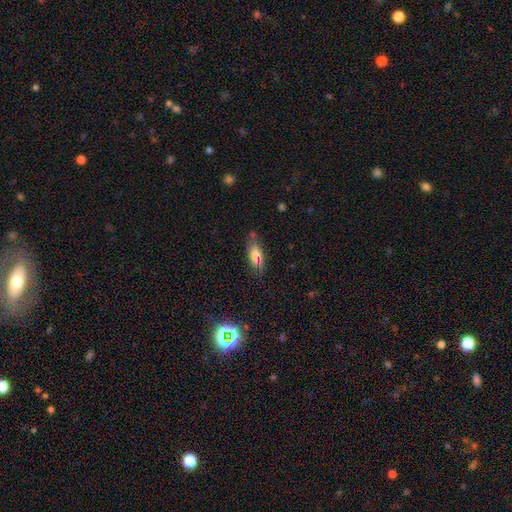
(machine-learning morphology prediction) A smooth galaxy with no disk features (65%) that is in between round and cigar-shaped (70%). Merging: none (71%).